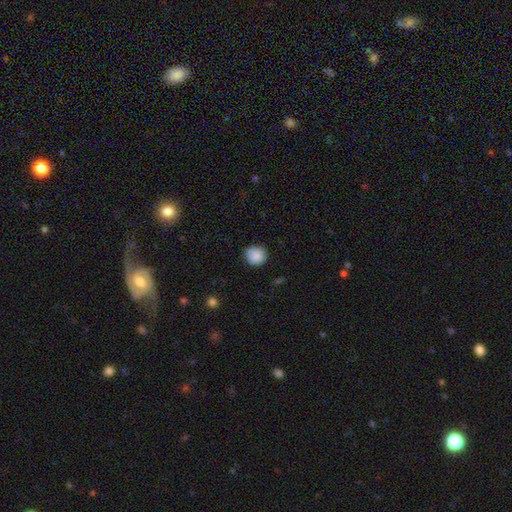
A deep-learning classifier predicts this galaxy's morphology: Q: Smooth or featured?
A: smooth (87%); runner-up: star or artifact (8%)
Q: How rounded?
A: round (88%); runner-up: in between (11%)
Q: Merging?
A: none (82%); runner-up: minor disturbance (14%)